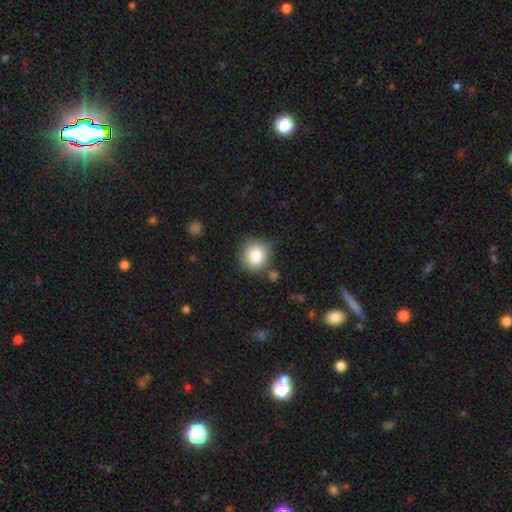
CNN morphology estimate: Smooth or featured? Predicted: smooth (p=0.84). How rounded? Predicted: round (p=0.87). Merging? Predicted: none (p=0.68).